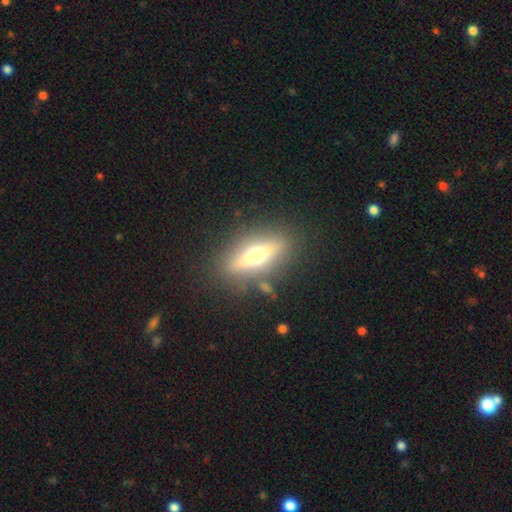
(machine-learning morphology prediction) Smooth or featured?
  - featured or disk: 61% *
  - smooth: 31%
  - star or artifact: 8%
Edge-on disk?
  - yes: 86% *
  - no: 14%
Edge-on bulge?
  - rounded: 94% *
  - boxy: 3%
  - none: 2%
Merging?
  - none: 85% *
  - minor disturbance: 9%
  - major disturbance: 4%
  - merger: 3%